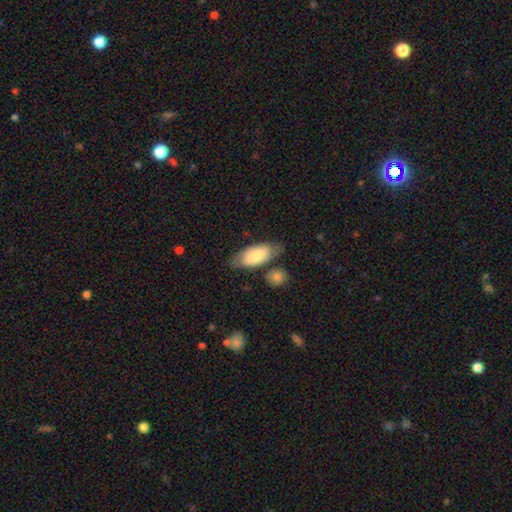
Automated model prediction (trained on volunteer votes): This is likely a smooth galaxy (69%). How rounded: clearly in between (88%). Merging: likely none (66%).